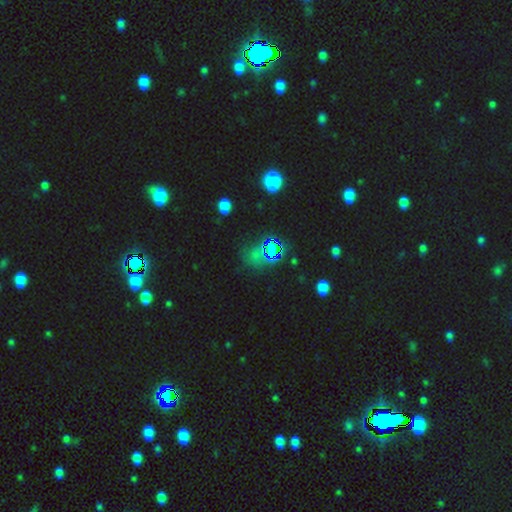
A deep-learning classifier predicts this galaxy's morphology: This is likely a star or artifact rather than a galaxy (61%).